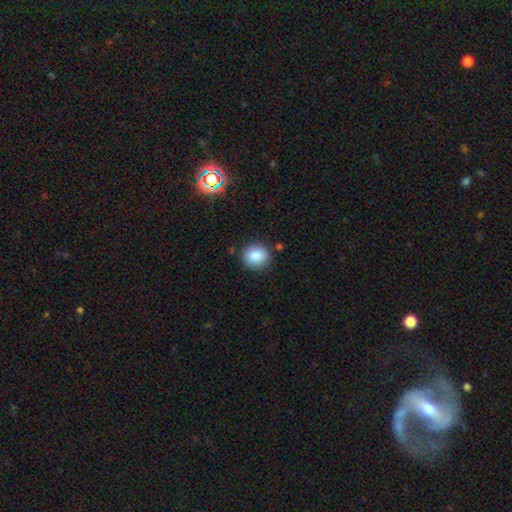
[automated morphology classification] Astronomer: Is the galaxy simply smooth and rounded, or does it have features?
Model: smooth — 85%.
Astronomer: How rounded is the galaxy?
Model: round — 76%.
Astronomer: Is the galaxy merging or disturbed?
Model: none — 86%.